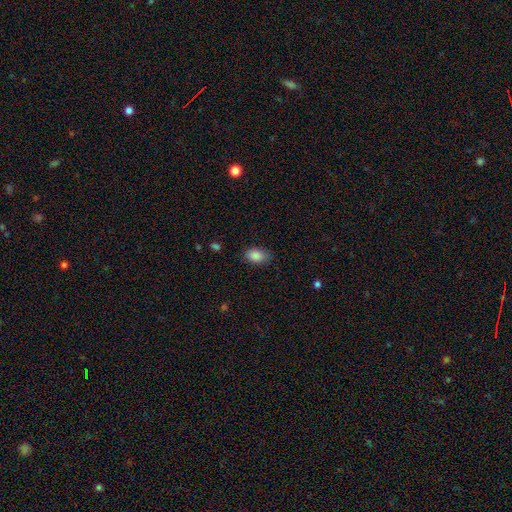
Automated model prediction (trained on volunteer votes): Q: Smooth or featured?
A: smooth (87%); runner-up: star or artifact (8%)
Q: How rounded?
A: in between (85%); runner-up: round (13%)
Q: Merging?
A: none (78%); runner-up: minor disturbance (18%)